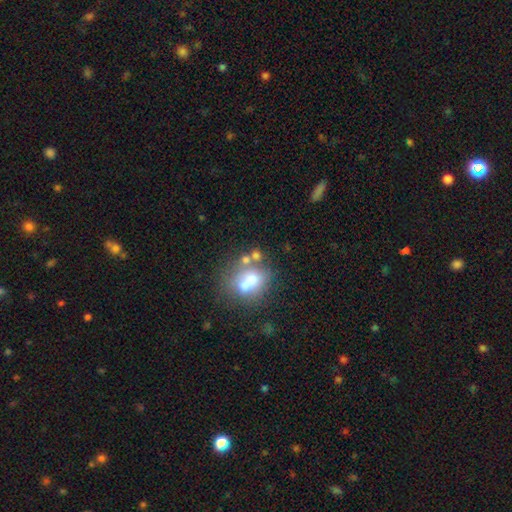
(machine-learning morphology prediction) This is possibly a smooth galaxy (59%). How rounded: possibly in between (55%). Merging: marginally none (37%).